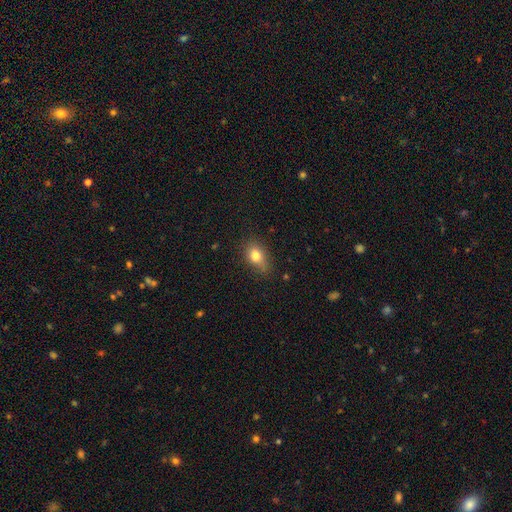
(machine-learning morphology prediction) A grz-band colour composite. It shows a smooth galaxy with no disk features (79%) that is in between round and cigar-shaped (70%). Merging: none (64%).